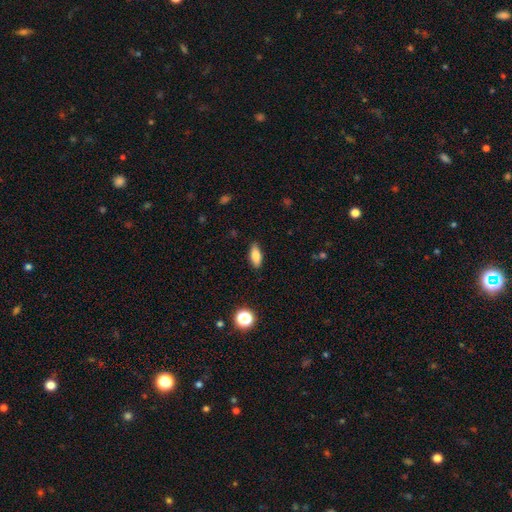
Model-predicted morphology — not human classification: This appears to be a smooth galaxy with no disk features (81%) that is in between round and cigar-shaped (77%). Merging: none (85%).